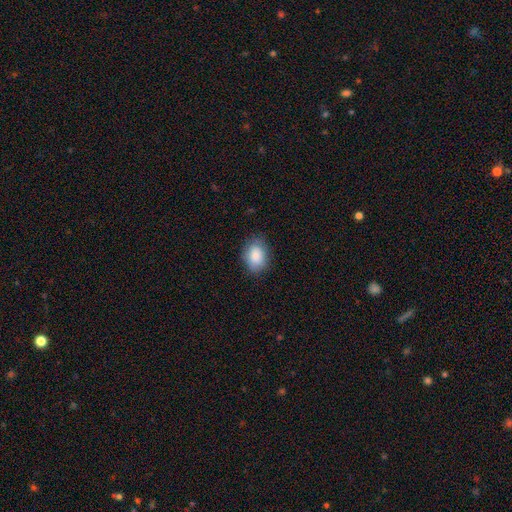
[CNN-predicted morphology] smooth-or-featured: smooth: 87% | star or artifact: 7% | featured or disk: 6%
  how-rounded: in between: 77% | round: 22% | cigar-shaped: 1%
  merging: none: 79% | minor disturbance: 16% | major disturbance: 4% | merger: 1%